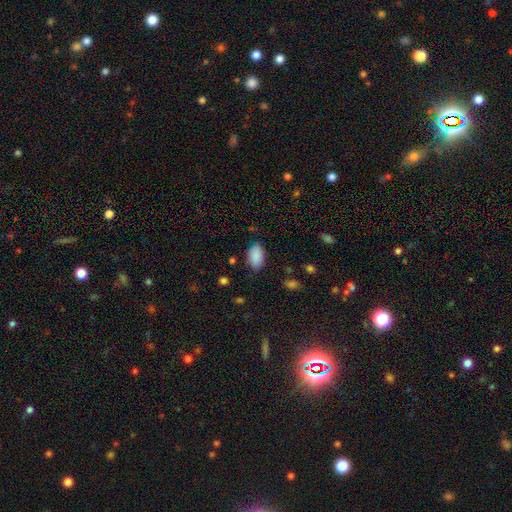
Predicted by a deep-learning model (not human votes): Smooth or featured: smooth — 89% (star or artifact — 7%)
How rounded: in between — 93% (round — 5%)
Merging: none — 82% (minor disturbance — 14%)